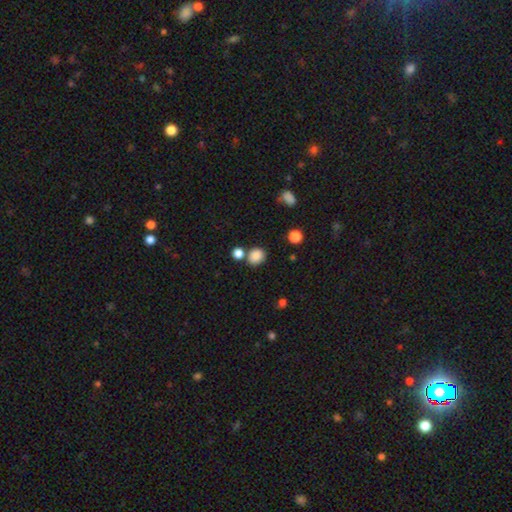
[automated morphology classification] This appears to be a smooth galaxy with no disk features (85%) that is round (73%). Merging: none (69%).